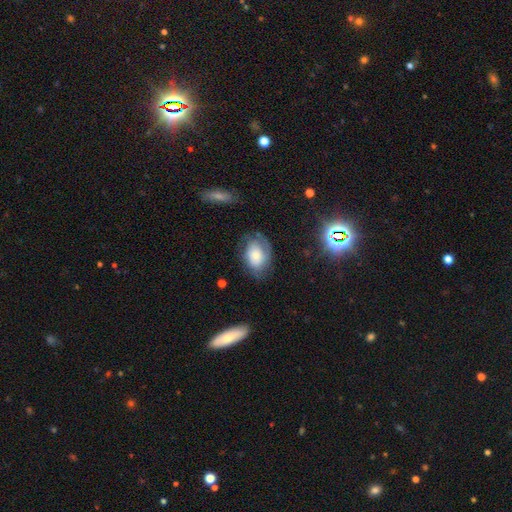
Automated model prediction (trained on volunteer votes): A smooth galaxy with no disk features (61%) that is in between round and cigar-shaped (81%).

Vote fractions:
- Smooth or featured? smooth: 61% / featured or disk: 29% / star or artifact: 9%
- How rounded? in between: 81% / round: 18% / cigar-shaped: 1%
- Merging? none: 58% / minor disturbance: 27% / major disturbance: 13% / merger: 2%